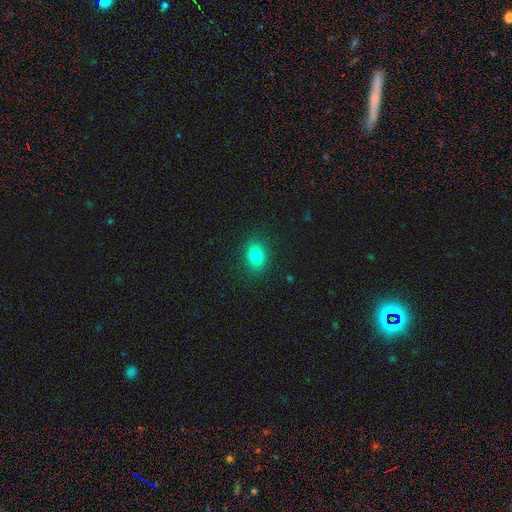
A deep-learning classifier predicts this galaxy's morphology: Overall: smooth (80%). How rounded: in between (61%; round 38%). Merging: none (88%).